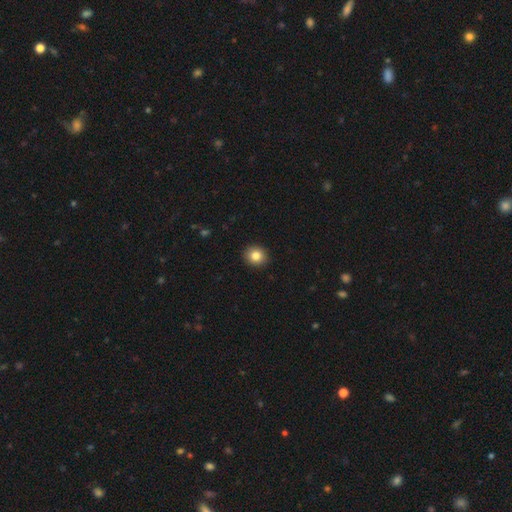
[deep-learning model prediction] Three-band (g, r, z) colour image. It shows a smooth galaxy with no disk features (84%) that is round (81%). Merging: none (92%).